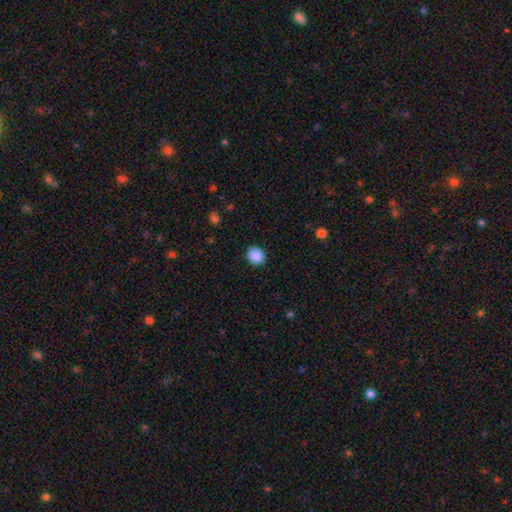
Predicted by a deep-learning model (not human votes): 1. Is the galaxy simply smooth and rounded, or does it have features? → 89% smooth, 9% star or artifact, 2% featured or disk.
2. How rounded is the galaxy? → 76% round, 23% in between, 1% cigar-shaped.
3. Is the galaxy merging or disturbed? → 91% none, 6% minor disturbance, 2% major disturbance, 1% merger.